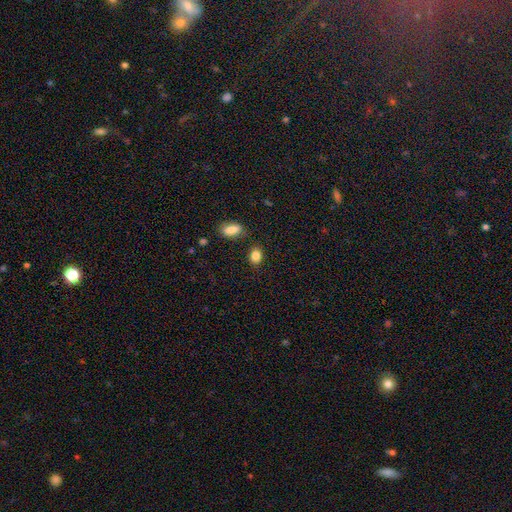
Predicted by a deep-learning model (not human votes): The model was most divided on "how rounded": in between: 61%, round: 37%, cigar-shaped: 2%. More confident: smooth or featured — smooth (85%); merging — none (82%).